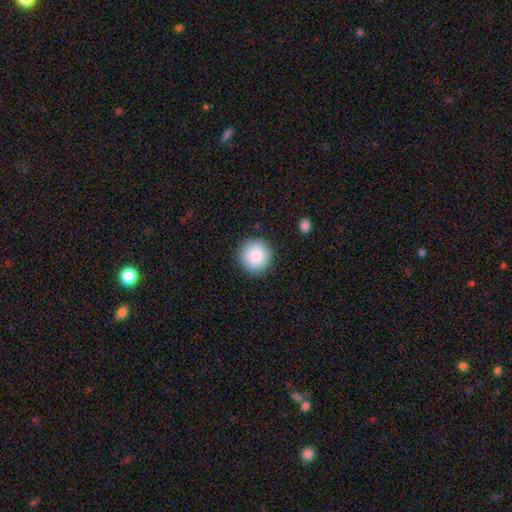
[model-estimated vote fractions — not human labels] smooth 87%, star or artifact 8%, featured or disk 5%. Down the decision tree: how rounded — round (95%); merging — none (90%).